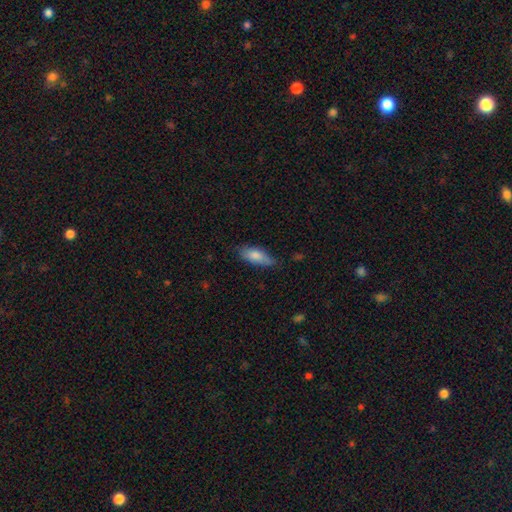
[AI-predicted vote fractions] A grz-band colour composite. It shows a smooth galaxy with no disk features (79%) that is in between round and cigar-shaped (72%). Merging: none (69%).